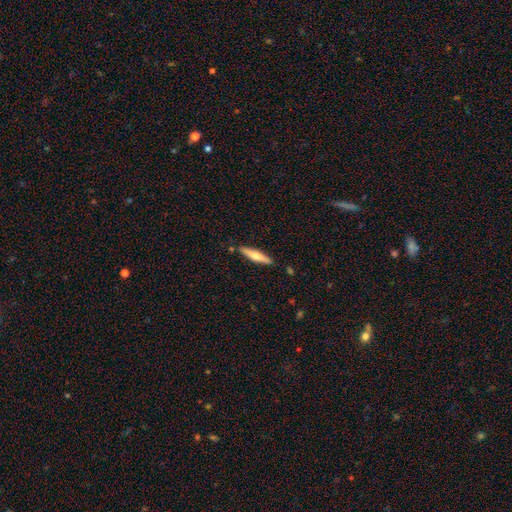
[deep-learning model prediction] Smooth or featured? Predicted: smooth (p=0.50). How rounded? Predicted: cigar-shaped (p=0.85). Merging? Predicted: none (p=0.87).